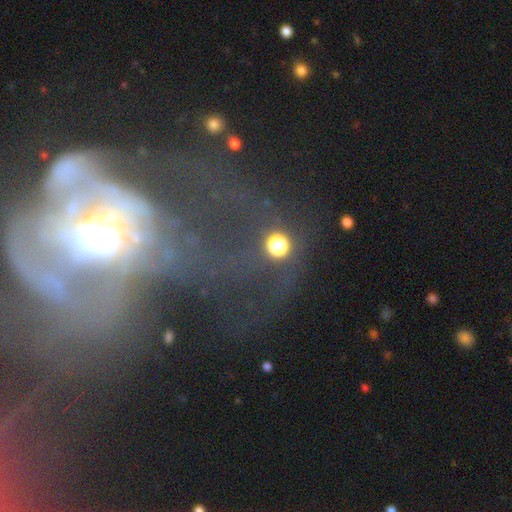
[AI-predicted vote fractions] This appears to be a featured or disk galaxy (54%). Merging: major disturbance (57%).